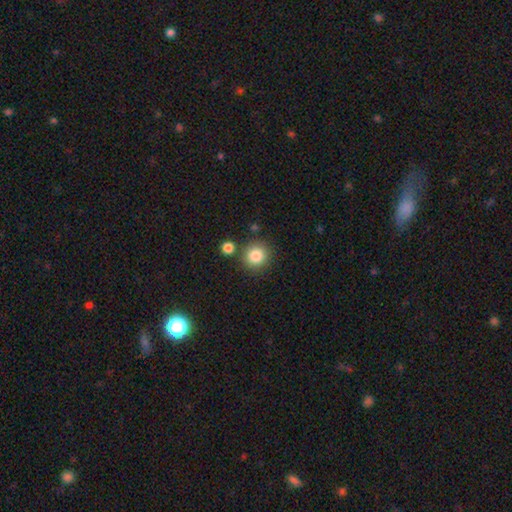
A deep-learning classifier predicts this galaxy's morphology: smooth-or-featured: smooth: 85% | star or artifact: 10% | featured or disk: 6%
  how-rounded: round: 91% | in between: 8% | cigar-shaped: 1%
  merging: none: 80% | minor disturbance: 8% | merger: 8% | major disturbance: 3%